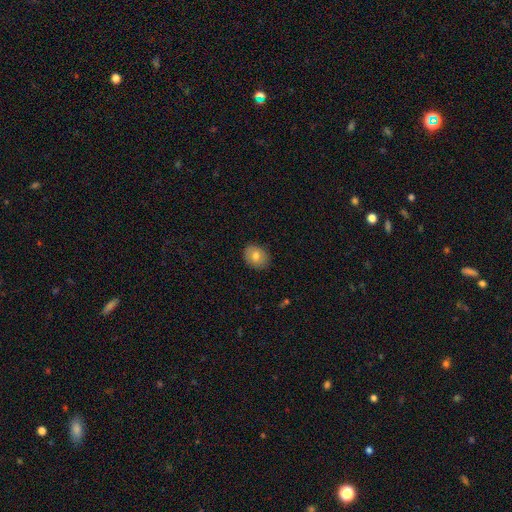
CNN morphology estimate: Q: Smooth or featured?
A: smooth (76%); runner-up: featured or disk (16%)
Q: How rounded?
A: round (55%); runner-up: in between (44%)
Q: Merging?
A: none (86%); runner-up: minor disturbance (11%)